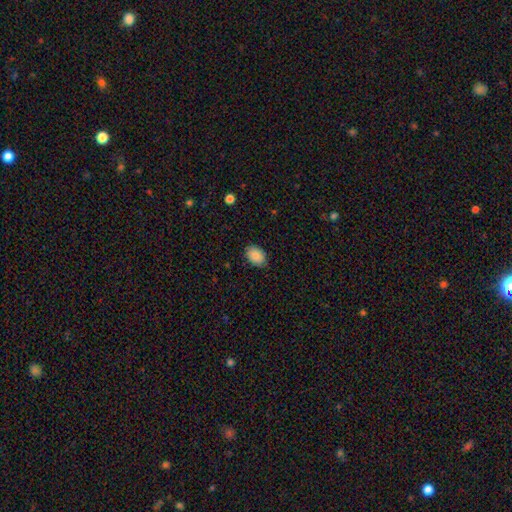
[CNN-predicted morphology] A smooth galaxy with no disk features (88%) that is in between round and cigar-shaped (80%). Merging: none (84%).